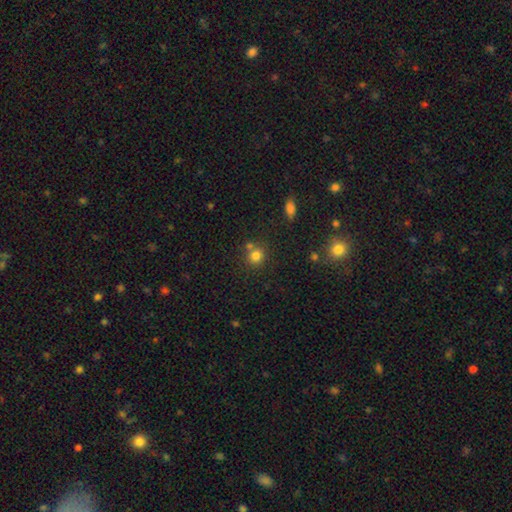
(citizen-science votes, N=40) Morphology: type=smooth (82%); roundness=round (97%); merging=none (70%).